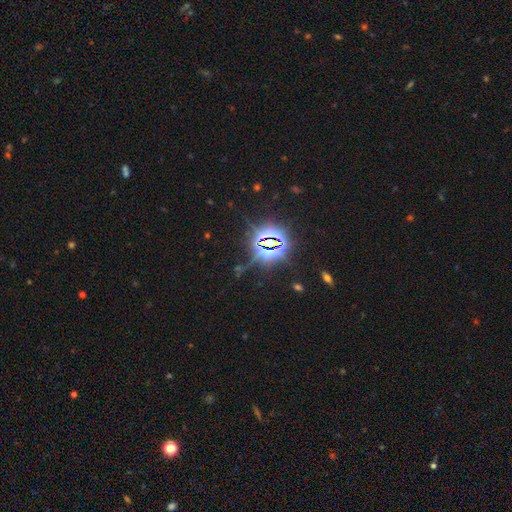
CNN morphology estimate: Smooth or featured?
  - star or artifact: 83% *
  - smooth: 11%
  - featured or disk: 7%